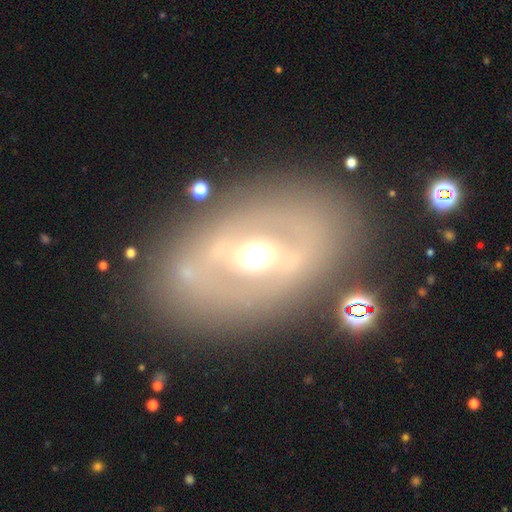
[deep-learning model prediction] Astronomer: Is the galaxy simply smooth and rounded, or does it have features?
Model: featured or disk — 69%.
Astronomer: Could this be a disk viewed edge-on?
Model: no — 88%.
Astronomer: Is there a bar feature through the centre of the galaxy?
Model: strong — 42% (runner-up: weak, 34%).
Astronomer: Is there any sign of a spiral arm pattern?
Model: no — 77%.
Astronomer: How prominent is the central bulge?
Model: moderate — 68%.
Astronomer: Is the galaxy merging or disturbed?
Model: none — 81%.